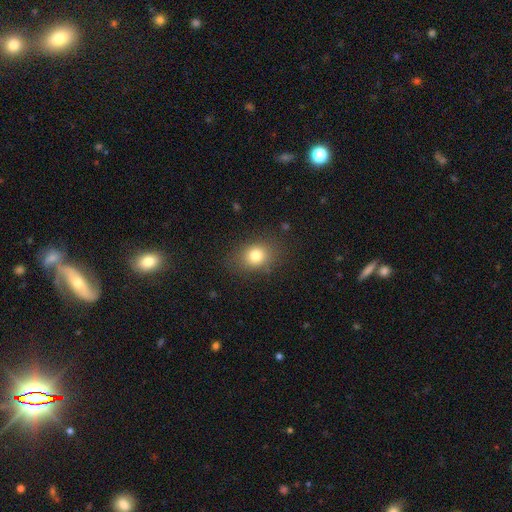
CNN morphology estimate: Smooth or featured: smooth — 79% (star or artifact — 12%)
How rounded: round — 50% (in between — 49%)
Merging: none — 82% (minor disturbance — 12%)